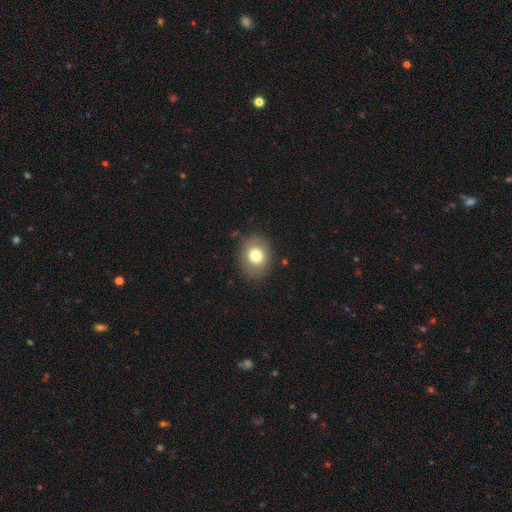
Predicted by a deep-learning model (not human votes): Smooth or featured: smooth — 76% (featured or disk — 15%)
How rounded: round — 57% (in between — 42%)
Merging: none — 83% (minor disturbance — 12%)